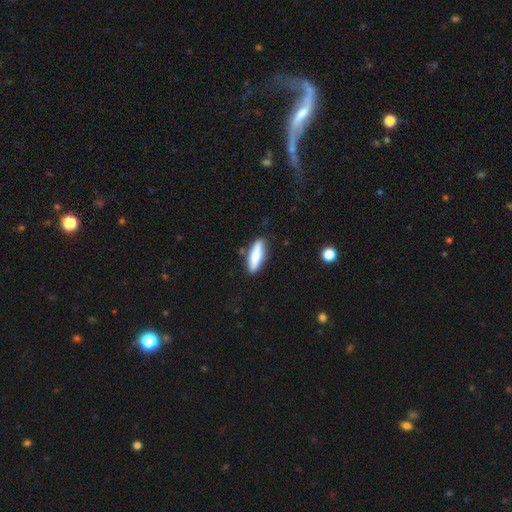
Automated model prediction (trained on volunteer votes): smooth 61%, featured or disk 33%, star or artifact 6%. Down the decision tree: how rounded — cigar-shaped (54%); merging — none (86%).